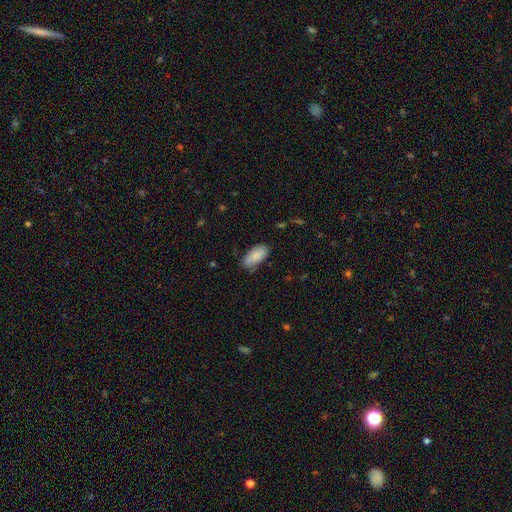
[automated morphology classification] type=smooth (85%); roundness=in between (92%); merging=none (71%).